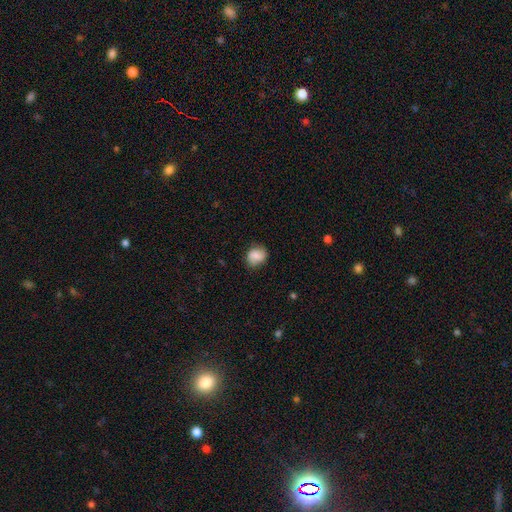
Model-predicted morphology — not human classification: type=smooth (79%); roundness=round (65%); merging=none (76%).